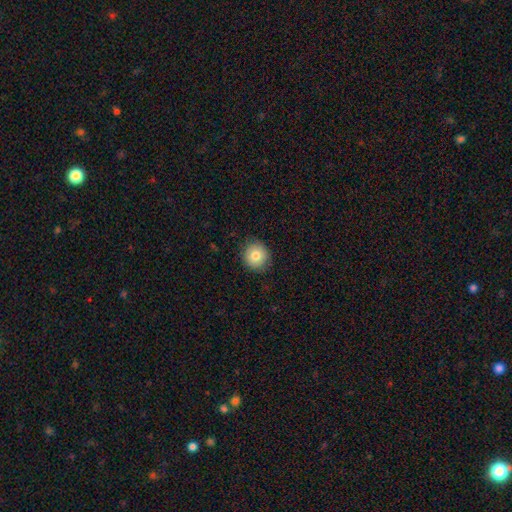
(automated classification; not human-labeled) Smooth or featured? smooth (79%)
How rounded? round (91%)
Merging? none (87%)